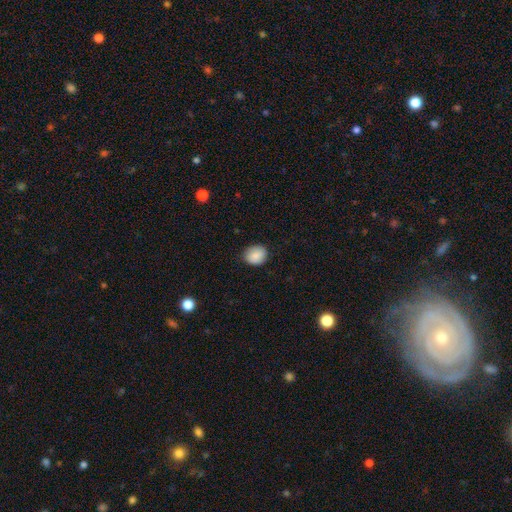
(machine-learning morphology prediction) smooth-or-featured: smooth: 86% | star or artifact: 8% | featured or disk: 6%
  how-rounded: round: 60% | in between: 39% | cigar-shaped: 1%
  merging: none: 83% | minor disturbance: 13% | major disturbance: 3% | merger: 1%